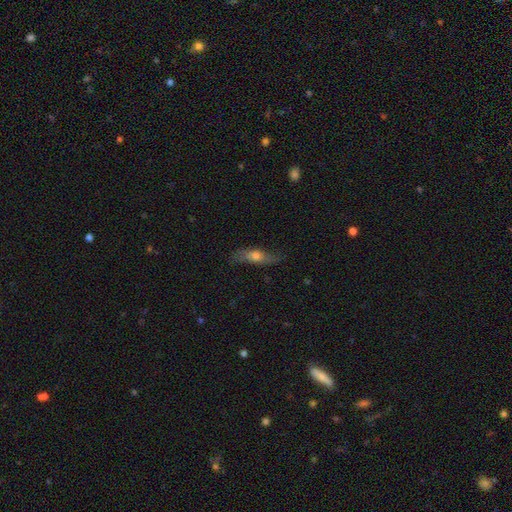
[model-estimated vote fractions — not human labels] This appears to be a smooth galaxy with no disk features (51%) that is cigar-shaped (52%). Merging: none (70%).